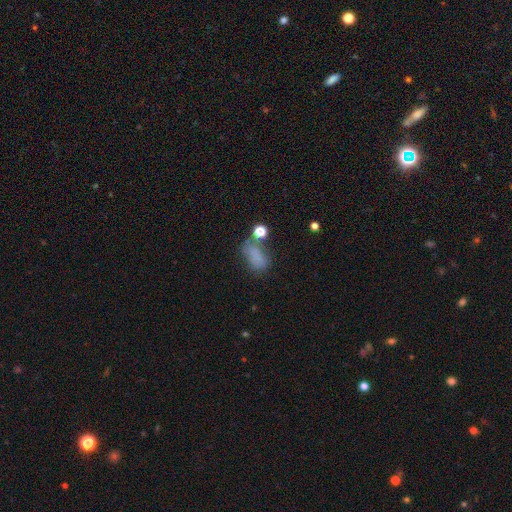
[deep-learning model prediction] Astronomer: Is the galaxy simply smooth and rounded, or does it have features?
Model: smooth — 71%.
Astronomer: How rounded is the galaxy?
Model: in between — 81%.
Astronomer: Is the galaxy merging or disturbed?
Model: none — 41% (runner-up: minor disturbance, 24%).